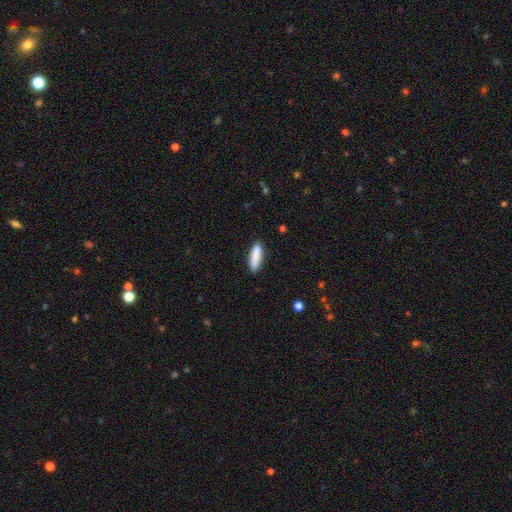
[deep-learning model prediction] Q: Smooth or featured?
A: smooth (88%); runner-up: featured or disk (7%)
Q: How rounded?
A: cigar-shaped (64%); runner-up: in between (35%)
Q: Merging?
A: none (88%); runner-up: minor disturbance (9%)